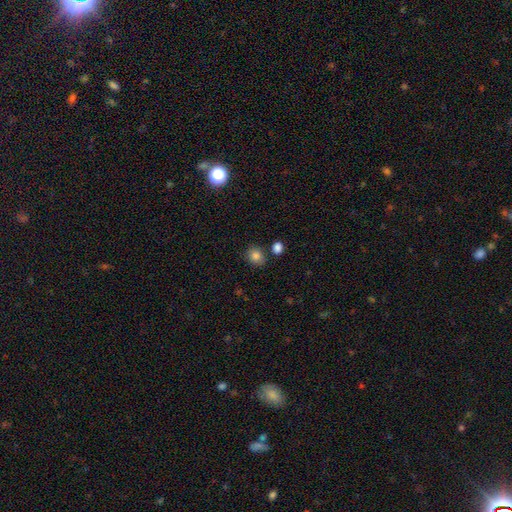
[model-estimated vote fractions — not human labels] Smooth or featured: smooth — 84% (star or artifact — 11%)
How rounded: round — 68% (in between — 31%)
Merging: none — 78% (minor disturbance — 12%)